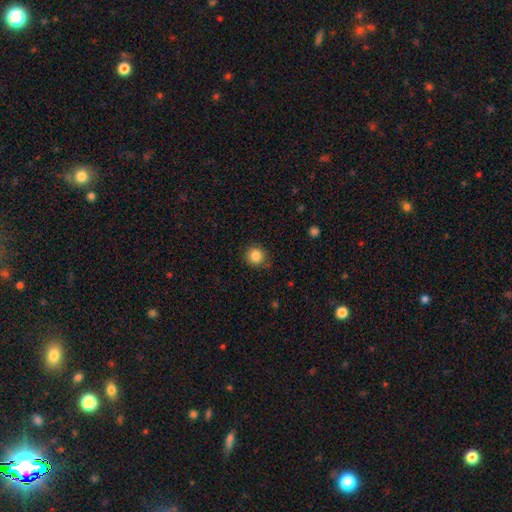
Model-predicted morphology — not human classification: smooth-or-featured: smooth: 85% | star or artifact: 11% | featured or disk: 5%
  how-rounded: round: 90% | in between: 9% | cigar-shaped: 1%
  merging: none: 83% | minor disturbance: 13% | major disturbance: 3% | merger: 1%